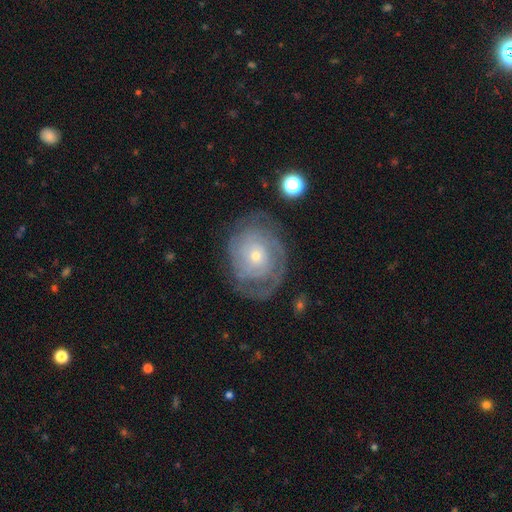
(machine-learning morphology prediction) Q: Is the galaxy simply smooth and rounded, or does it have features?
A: featured or disk — 78%.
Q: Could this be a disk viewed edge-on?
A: no — 97%.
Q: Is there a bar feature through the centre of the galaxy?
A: no — 81%.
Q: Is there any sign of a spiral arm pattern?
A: yes — 87%.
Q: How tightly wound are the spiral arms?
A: tight — 73%.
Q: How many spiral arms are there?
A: can't tell — 47%.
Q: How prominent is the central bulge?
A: small — 70%.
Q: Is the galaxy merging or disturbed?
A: none — 69%.